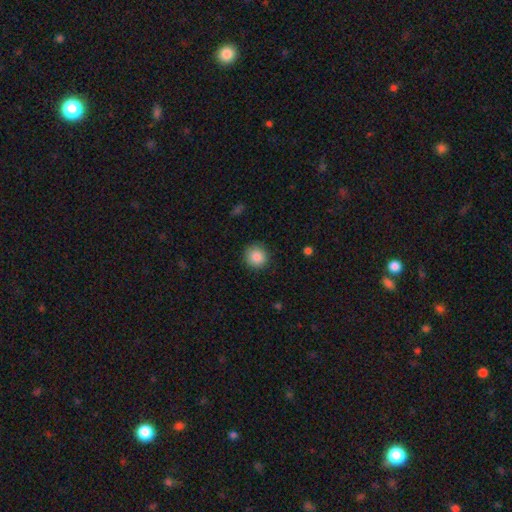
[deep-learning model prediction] A smooth galaxy with no disk features (87%) that is round (93%). Merging: none (87%).